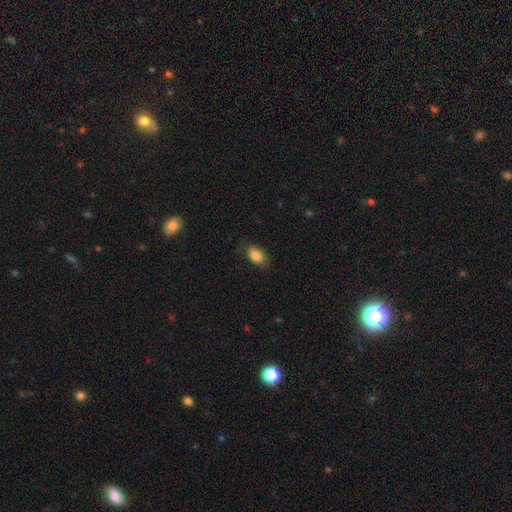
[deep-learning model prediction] Overall: smooth (86%). How rounded: in between (86%). Merging: none (81%).